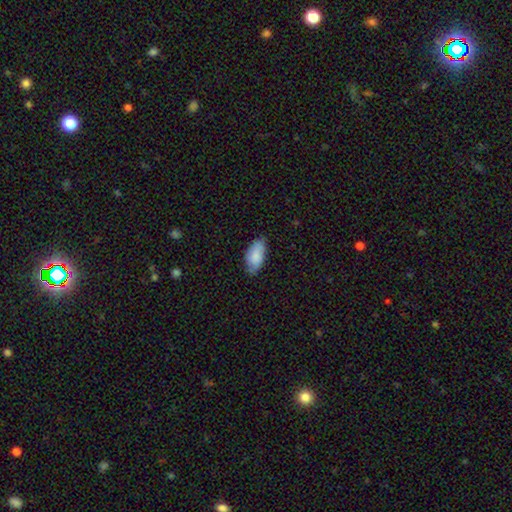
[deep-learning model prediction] Q: Smooth or featured?
A: smooth (83%); runner-up: featured or disk (10%)
Q: How rounded?
A: in between (93%); runner-up: cigar-shaped (5%)
Q: Merging?
A: none (71%); runner-up: minor disturbance (24%)